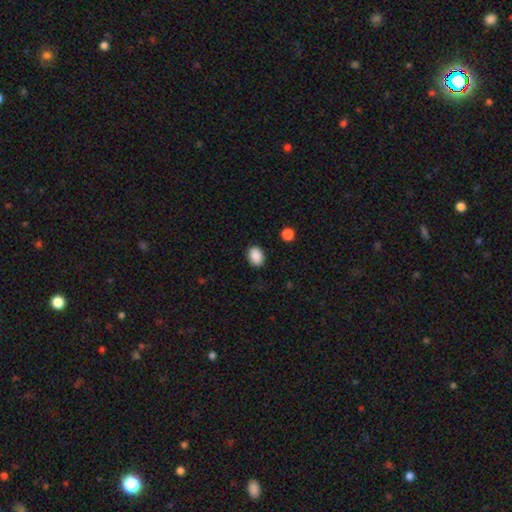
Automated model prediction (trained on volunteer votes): smooth-or-featured: smooth: 90% | star or artifact: 8% | featured or disk: 3%
  how-rounded: in between: 74% | round: 25% | cigar-shaped: 1%
  merging: none: 88% | minor disturbance: 8% | major disturbance: 2% | merger: 1%